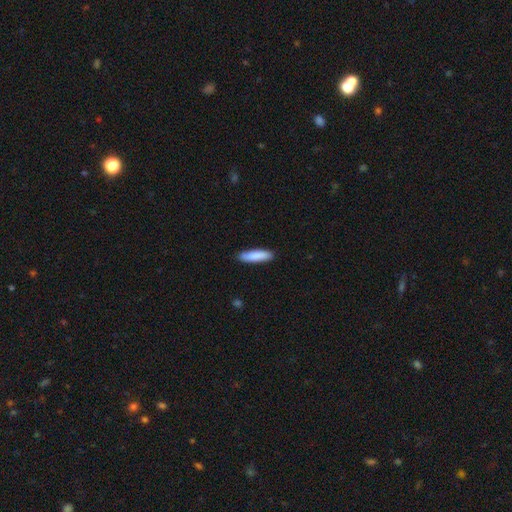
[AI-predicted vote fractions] smooth-or-featured: smooth: 84% | featured or disk: 10% | star or artifact: 5%
  how-rounded: cigar-shaped: 74% | in between: 25% | round: 1%
  merging: none: 86% | minor disturbance: 11% | major disturbance: 2% | merger: 1%